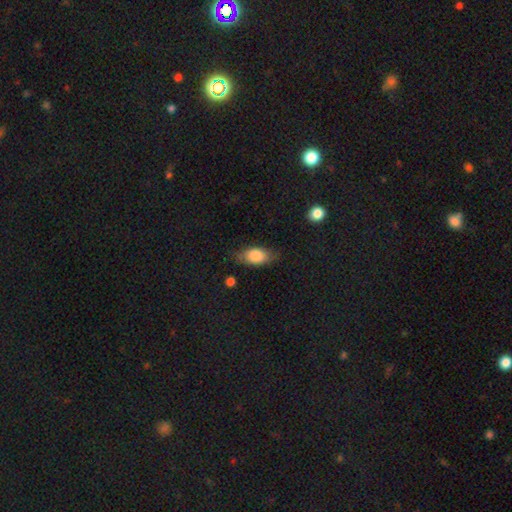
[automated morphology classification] Smooth or featured? smooth (81%)
How rounded? in between (86%)
Merging? none (74%)